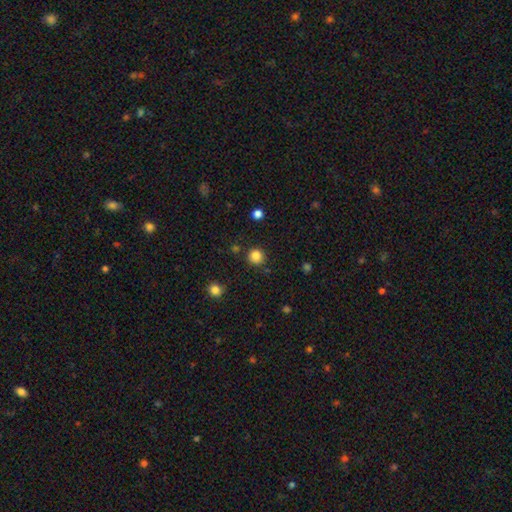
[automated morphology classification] type=smooth (84%); roundness=round (93%); merging=none (87%).